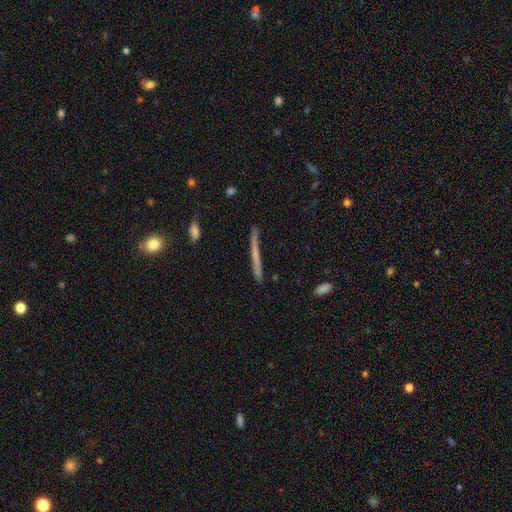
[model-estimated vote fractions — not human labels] featured or disk 47%, smooth 45%, star or artifact 8%. Down the decision tree: merging — none (86%).